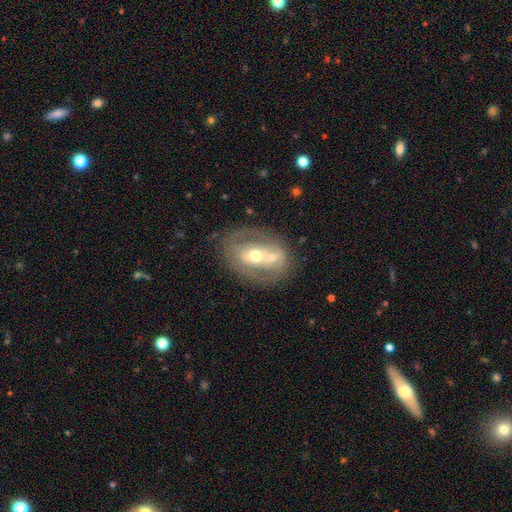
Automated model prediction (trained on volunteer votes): This appears to be a featured or disk galaxy (63%) with no bar (58%), no spiral arms (70%) and a moderate central bulge (71%). Merging: none (50%).